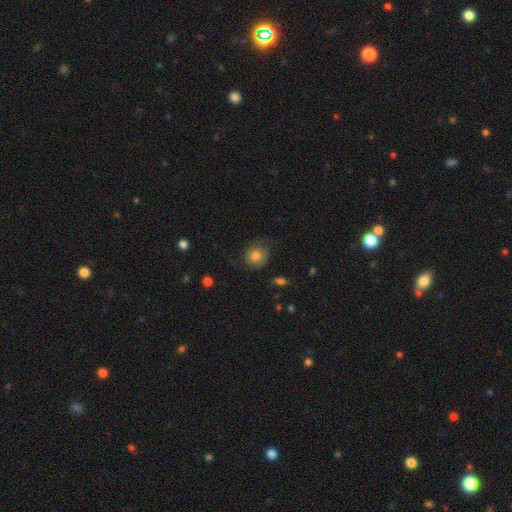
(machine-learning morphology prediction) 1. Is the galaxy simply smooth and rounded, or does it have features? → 71% smooth, 20% featured or disk, 9% star or artifact.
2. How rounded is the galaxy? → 84% round, 15% in between, 1% cigar-shaped.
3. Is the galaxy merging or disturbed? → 62% none, 25% minor disturbance, 12% major disturbance, 1% merger.